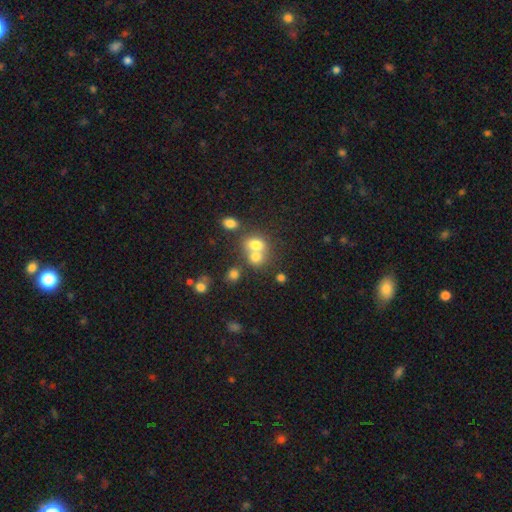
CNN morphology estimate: Overall: smooth (57%; star or artifact 25%). How rounded: round (77%). Merging: merger (50%; none 40%).